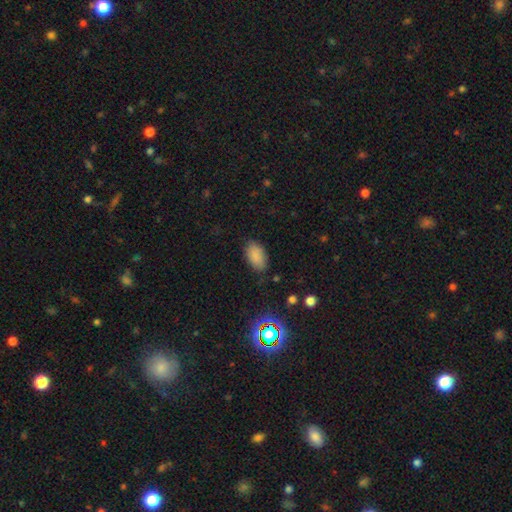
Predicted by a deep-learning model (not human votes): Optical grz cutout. It shows a smooth galaxy with no disk features (85%) that is in between round and cigar-shaped (94%). Merging: none (82%).